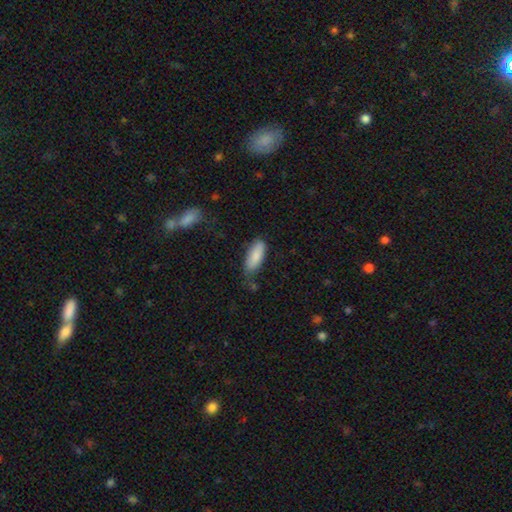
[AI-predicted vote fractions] This appears to be a smooth galaxy with no disk features (86%) that is in between round and cigar-shaped (74%). Merging: none (68%).